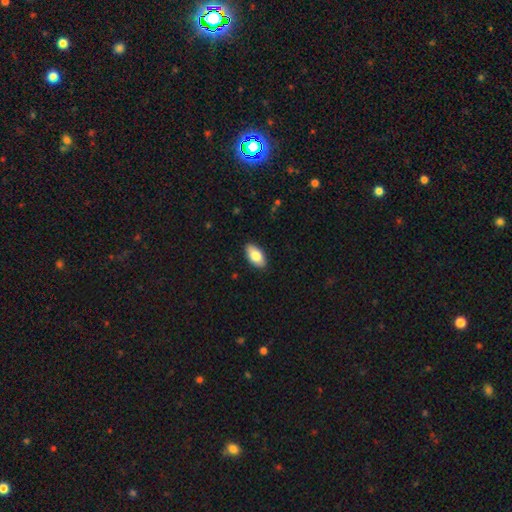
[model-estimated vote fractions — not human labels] Q: Smooth or featured?
A: smooth (82%); runner-up: featured or disk (12%)
Q: How rounded?
A: in between (93%); runner-up: cigar-shaped (4%)
Q: Merging?
A: none (89%); runner-up: minor disturbance (9%)